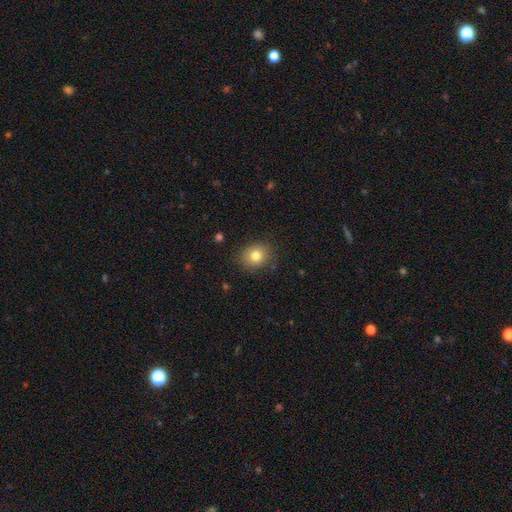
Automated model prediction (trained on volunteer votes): Smooth or featured: smooth — 80% (star or artifact — 11%)
How rounded: round — 67% (in between — 33%)
Merging: none — 85% (minor disturbance — 10%)